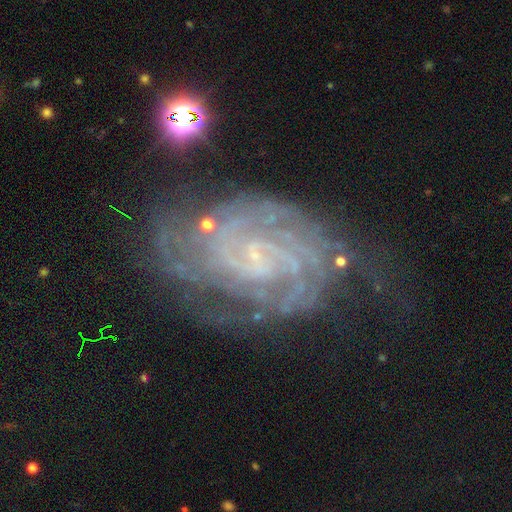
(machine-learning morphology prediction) This appears to be a featured or disk galaxy (86%) with no bar (47%), tight (67%) spiral arms (96%) and a small central bulge (64%). Merging: none (62%).